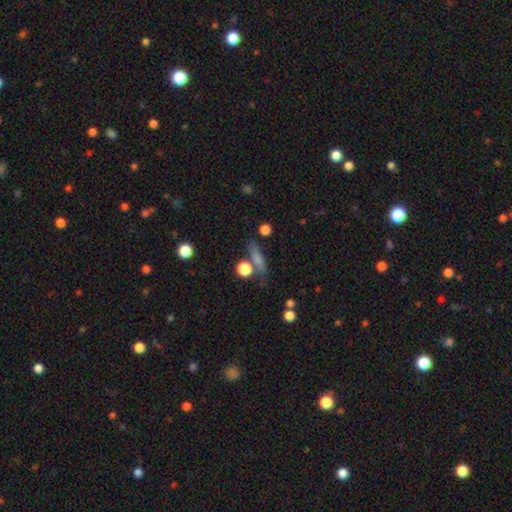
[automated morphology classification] Overall: smooth (55%; featured or disk 26%). How rounded: cigar-shaped (56%; in between 24%). Merging: none (69%).